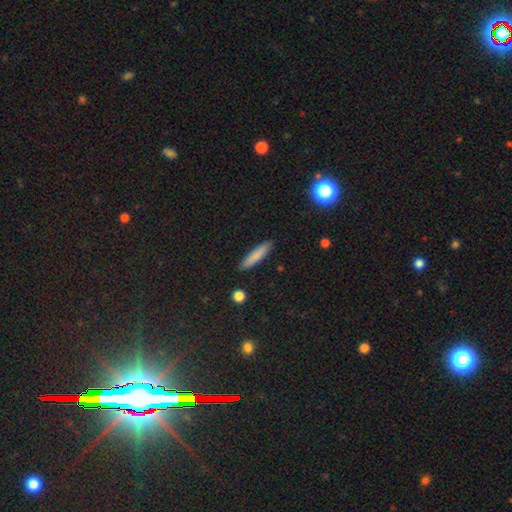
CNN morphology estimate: smooth 82%, featured or disk 12%, star or artifact 6%. Down the decision tree: how rounded — cigar-shaped (86%); merging — none (89%).